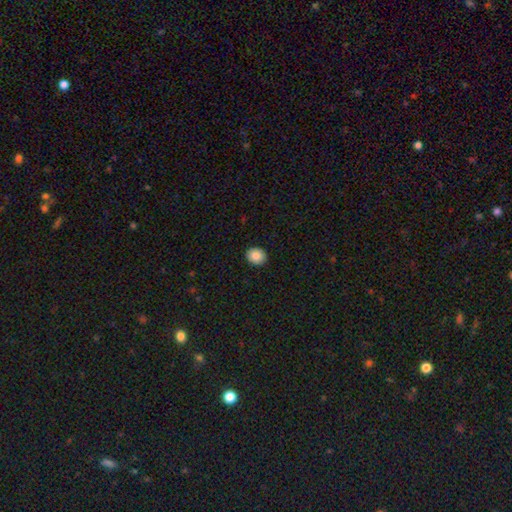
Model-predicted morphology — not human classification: This is clearly a smooth galaxy (88%). How rounded: likely round (64%). Merging: clearly none (91%).